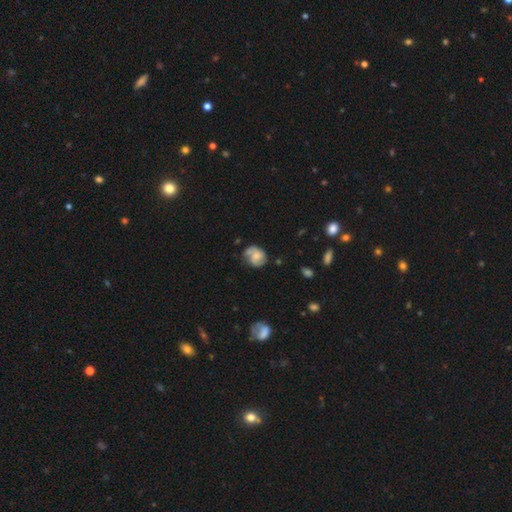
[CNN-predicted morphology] smooth-or-featured: featured or disk: 51% | smooth: 41% | star or artifact: 8%
  disk-edge-on: no: 97% | yes: 3%
  merging: none: 53% | minor disturbance: 27% | major disturbance: 12% | merger: 8%